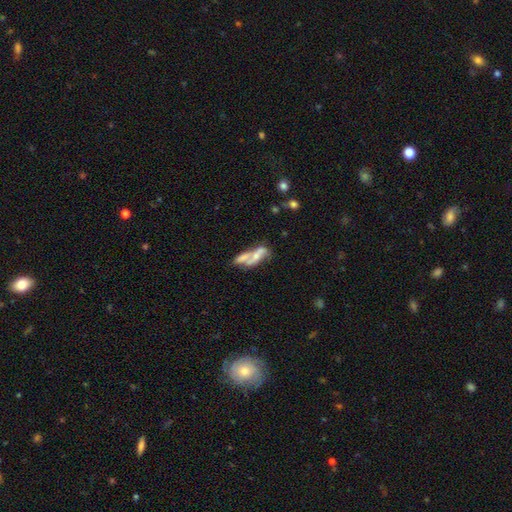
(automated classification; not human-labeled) Smooth or featured: featured or disk — 51% (smooth — 40%)
Edge-on disk: no — 82% (yes — 18%)
Merging: merger — 48% (none — 25%)